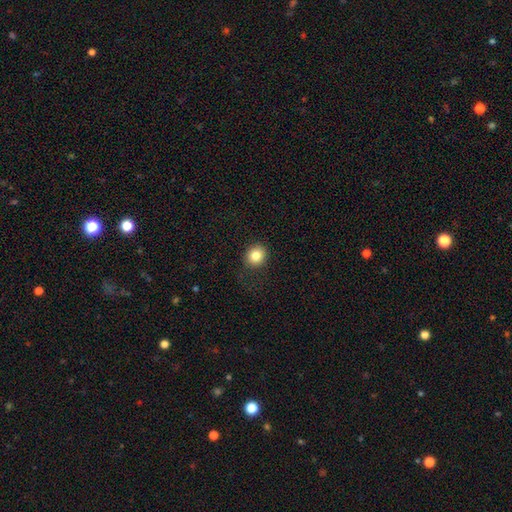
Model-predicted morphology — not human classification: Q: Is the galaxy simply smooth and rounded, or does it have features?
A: smooth — 83%.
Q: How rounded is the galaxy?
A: round — 84%.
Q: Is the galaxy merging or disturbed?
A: none — 86%.